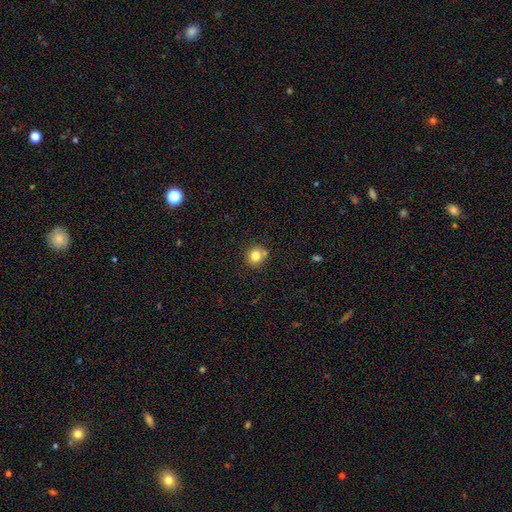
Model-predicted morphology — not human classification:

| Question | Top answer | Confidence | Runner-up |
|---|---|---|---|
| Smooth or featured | smooth | 80% | star or artifact (12%) |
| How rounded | round | 89% | in between (10%) |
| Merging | none | 74% | merger (13%) |